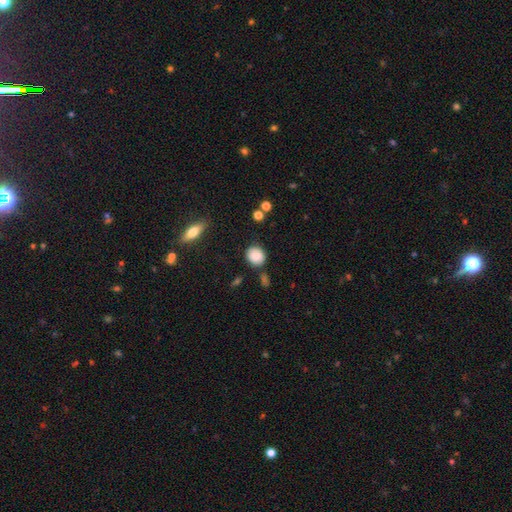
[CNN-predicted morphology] Smooth or featured? smooth (86%)
How rounded? round (72%)
Merging? none (78%)